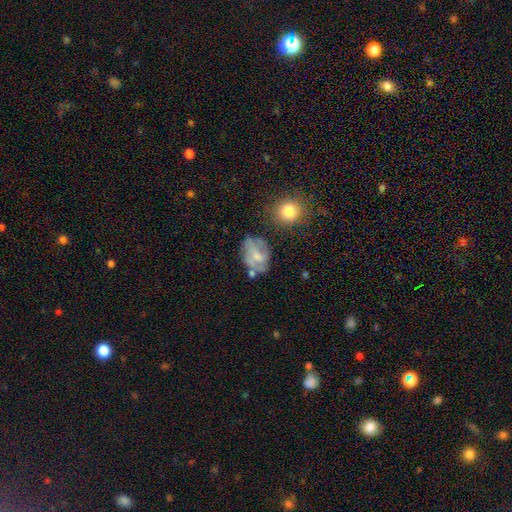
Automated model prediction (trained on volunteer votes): A featured or disk galaxy (50%).

Vote fractions:
- Smooth or featured? featured or disk: 50% / smooth: 40% / star or artifact: 10%
- Edge-on disk? no: 97% / yes: 3%
- Merging? none: 46% / minor disturbance: 26% / major disturbance: 19% / merger: 10%